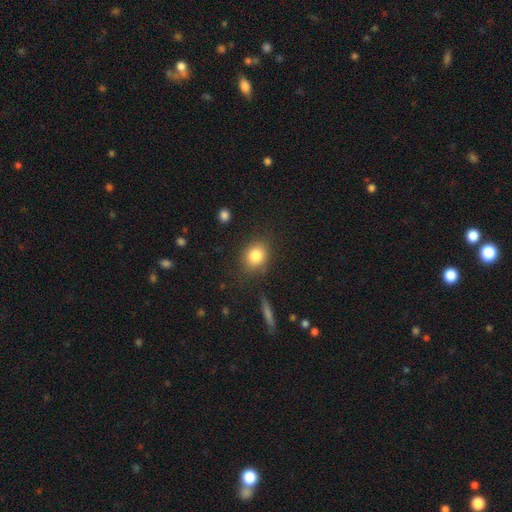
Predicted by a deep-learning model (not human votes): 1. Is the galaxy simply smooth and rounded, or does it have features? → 83% smooth, 9% star or artifact, 8% featured or disk.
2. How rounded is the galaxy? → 54% round, 45% in between, 1% cigar-shaped.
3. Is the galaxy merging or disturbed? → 81% none, 13% minor disturbance, 4% major disturbance, 3% merger.